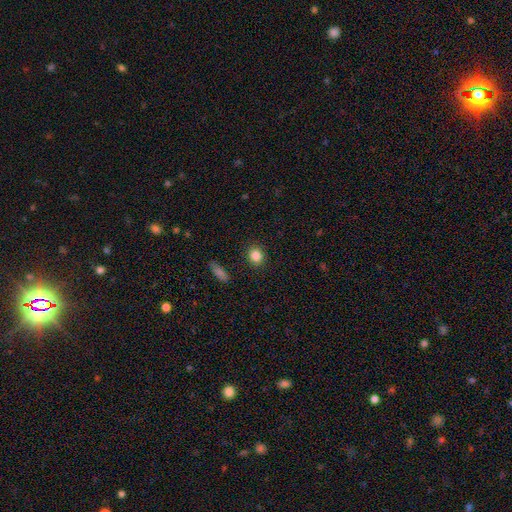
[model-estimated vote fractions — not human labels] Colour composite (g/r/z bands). It shows a smooth galaxy with no disk features (85%) that is round (73%). Merging: none (90%).